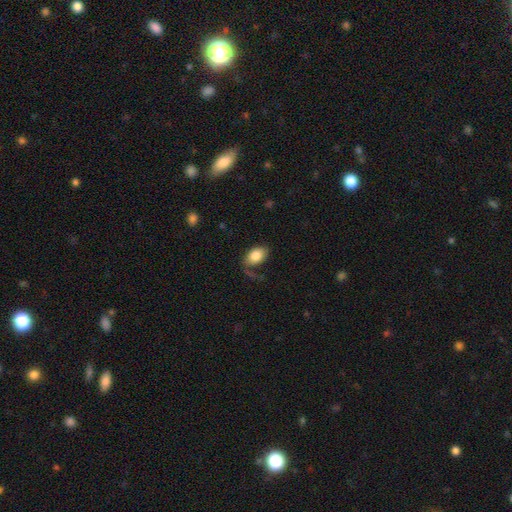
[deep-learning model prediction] Overall: smooth (81%). How rounded: in between (89%). Merging: none (61%).